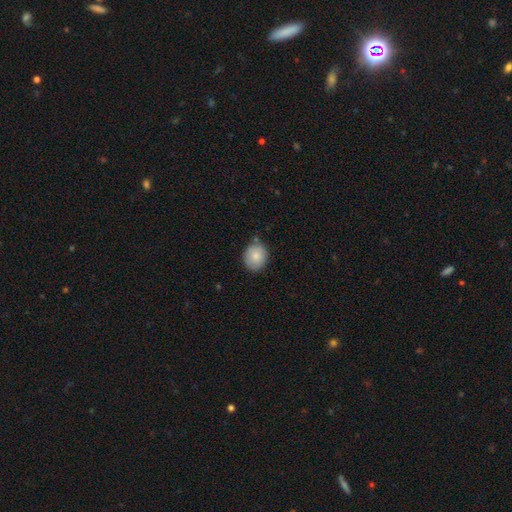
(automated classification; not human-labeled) smooth_or_featured: smooth (p=0.83) [alt: featured or disk p=0.10]
how_rounded: round (p=0.72) [alt: in between p=0.27]
merging: none (p=0.75) [alt: minor disturbance p=0.18]